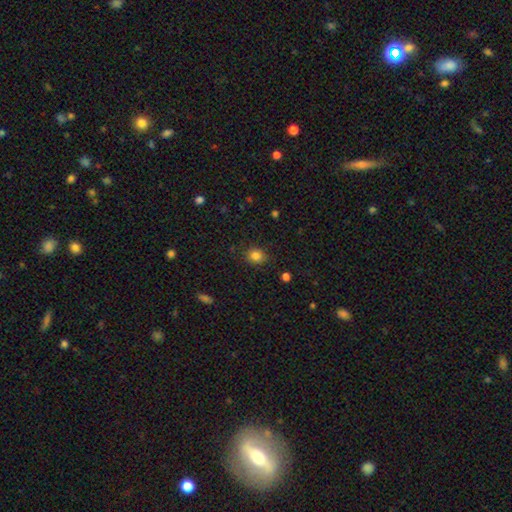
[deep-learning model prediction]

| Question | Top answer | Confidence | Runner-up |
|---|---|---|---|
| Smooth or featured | smooth | 83% | star or artifact (12%) |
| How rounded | round | 69% | in between (31%) |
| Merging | none | 85% | minor disturbance (11%) |